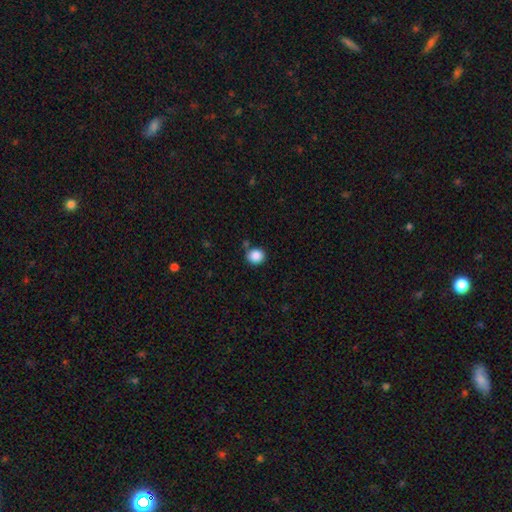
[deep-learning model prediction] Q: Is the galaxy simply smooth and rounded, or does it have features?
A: smooth — 88%.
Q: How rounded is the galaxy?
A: round — 84%.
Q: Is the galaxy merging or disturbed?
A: none — 79%.